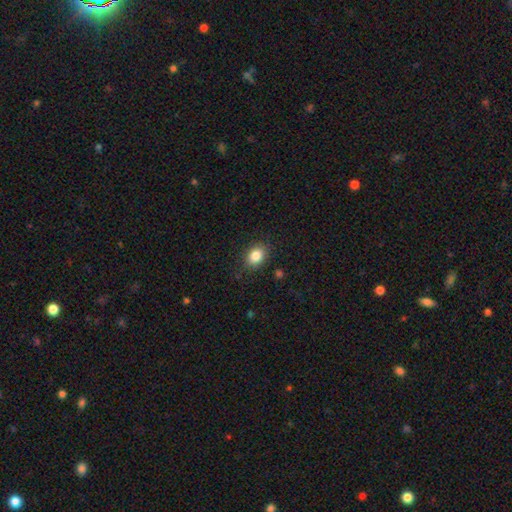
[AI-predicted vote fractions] Morphology: type=smooth (84%); roundness=in between (67%); merging=none (85%).